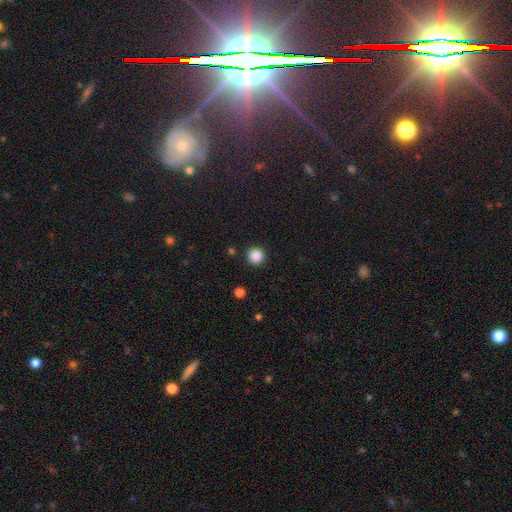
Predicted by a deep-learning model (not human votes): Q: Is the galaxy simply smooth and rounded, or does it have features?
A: smooth — 87%.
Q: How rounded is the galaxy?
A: round — 96%.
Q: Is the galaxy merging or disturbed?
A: none — 92%.